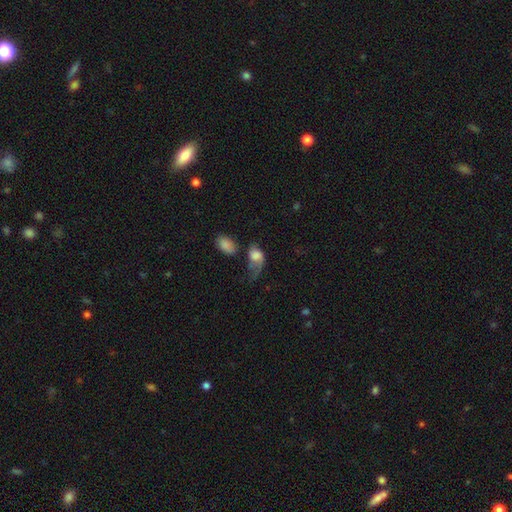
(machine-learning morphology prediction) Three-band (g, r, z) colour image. It shows a smooth galaxy with no disk features (59%) that is in between round and cigar-shaped (74%). Merging: major disturbance (49%).